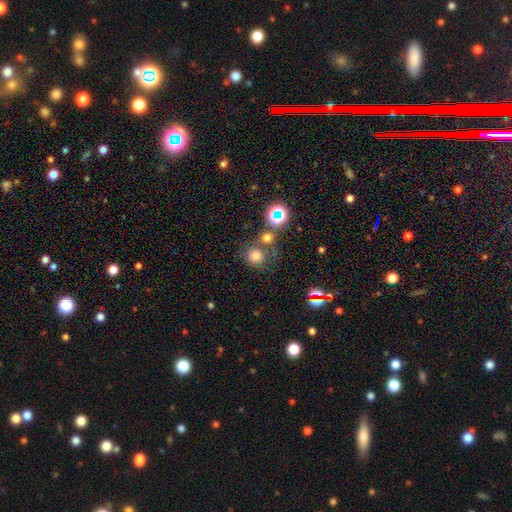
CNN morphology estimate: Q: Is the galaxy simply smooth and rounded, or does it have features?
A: smooth — 72%.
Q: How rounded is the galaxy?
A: round — 89%.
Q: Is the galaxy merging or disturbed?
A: none — 62%.